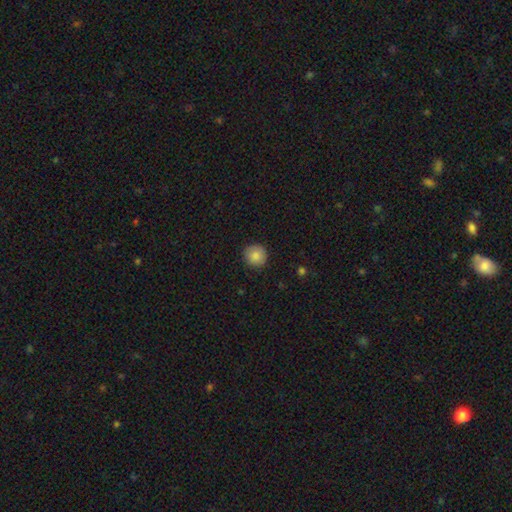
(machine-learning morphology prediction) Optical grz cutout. It shows a smooth galaxy with no disk features (87%) that is round (94%). Merging: none (90%).